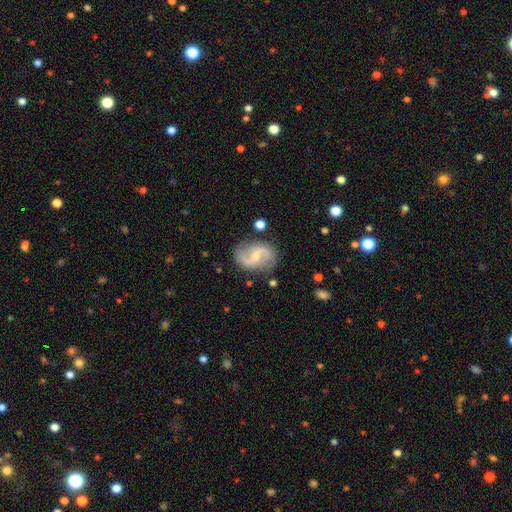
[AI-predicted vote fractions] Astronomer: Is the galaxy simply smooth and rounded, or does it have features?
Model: featured or disk — 86%.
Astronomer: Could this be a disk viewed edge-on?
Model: no — 98%.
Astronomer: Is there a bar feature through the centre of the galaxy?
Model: weak — 47% (runner-up: no, 36%).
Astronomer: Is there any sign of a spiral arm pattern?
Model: yes — 95%.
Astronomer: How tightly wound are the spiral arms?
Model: loose — 47% (runner-up: medium, 41%).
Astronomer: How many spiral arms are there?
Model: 2 — 92%.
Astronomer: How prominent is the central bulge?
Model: small — 58% (runner-up: moderate, 36%).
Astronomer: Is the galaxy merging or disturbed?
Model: none — 82%.